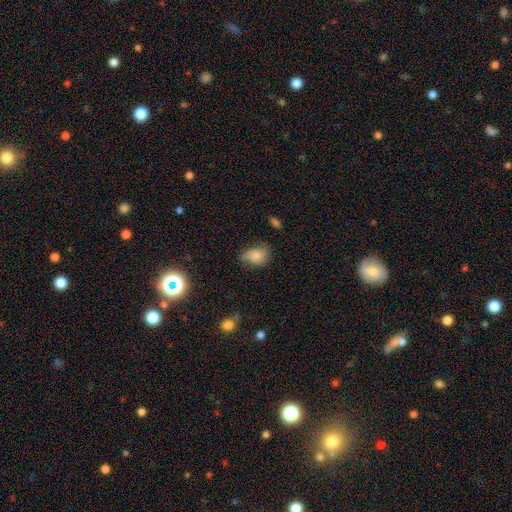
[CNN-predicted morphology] A smooth galaxy with no disk features (77%) that is in between round and cigar-shaped (73%).

Vote fractions:
- Smooth or featured? smooth: 77% / featured or disk: 13% / star or artifact: 10%
- How rounded? in between: 73% / round: 26% / cigar-shaped: 2%
- Merging? none: 55% / minor disturbance: 33% / major disturbance: 10% / merger: 2%